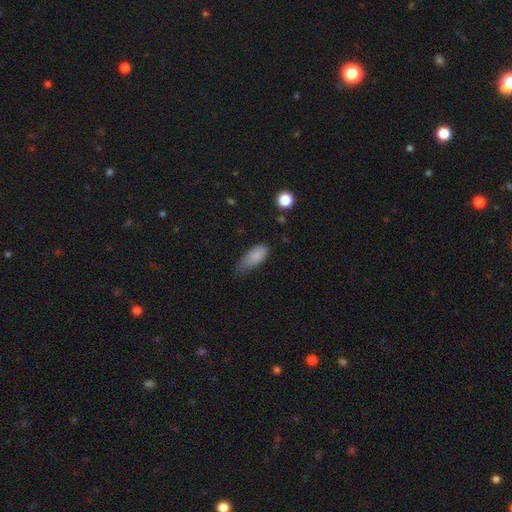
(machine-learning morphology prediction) Overall: smooth (85%). How rounded: in between (87%). Merging: minor disturbance (49%; none 33%).